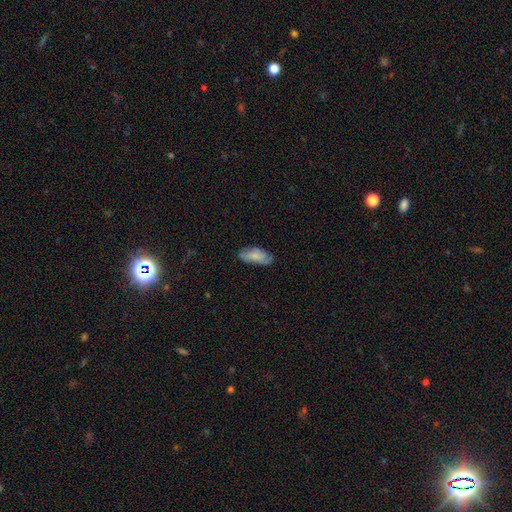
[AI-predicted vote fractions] smooth-or-featured: smooth: 69% | featured or disk: 25% | star or artifact: 7%
  how-rounded: in between: 88% | cigar-shaped: 10% | round: 2%
  merging: none: 68% | minor disturbance: 25% | major disturbance: 5% | merger: 1%